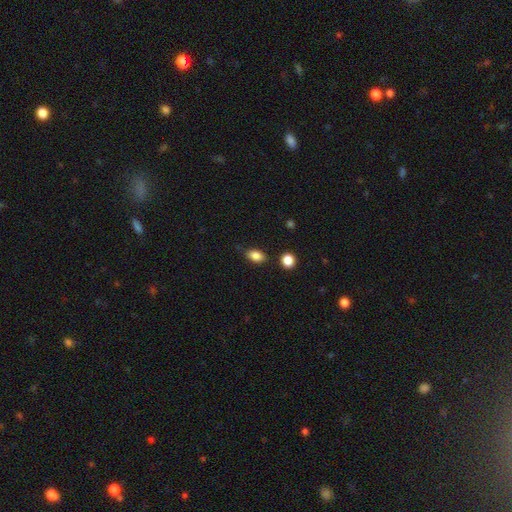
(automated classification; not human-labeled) A smooth galaxy with no disk features (86%) that is in between round and cigar-shaped (83%). Merging: none (78%).